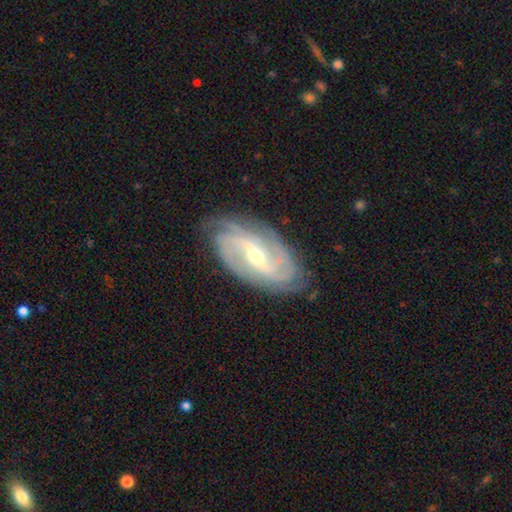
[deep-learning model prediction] Smooth or featured? Predicted: featured or disk (p=0.90). Edge-on disk? Predicted: no (p=0.95). Bar? Predicted: weak (p=0.43). Spiral arms? Predicted: yes (p=0.97). Spiral winding? Predicted: tight (p=0.52). Spiral arm count? Predicted: 2 (p=0.25). Bulge size? Predicted: small (p=0.58). Merging? Predicted: none (p=0.80).